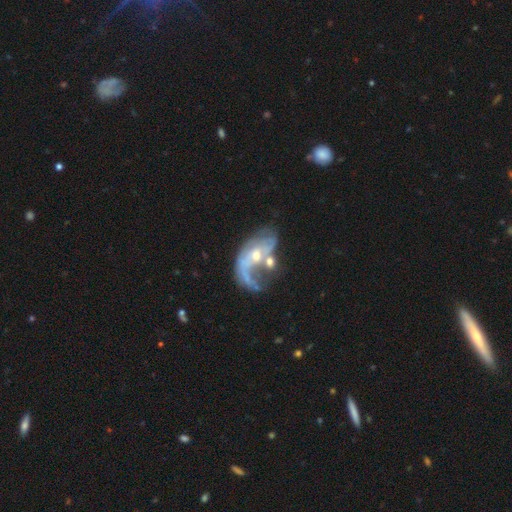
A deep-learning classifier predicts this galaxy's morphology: A featured or disk galaxy (78%) with no bar (59%), 1 (41%) loose (61%) spiral arms (77%) and a moderate central bulge (47%). Merging: merger (34%).